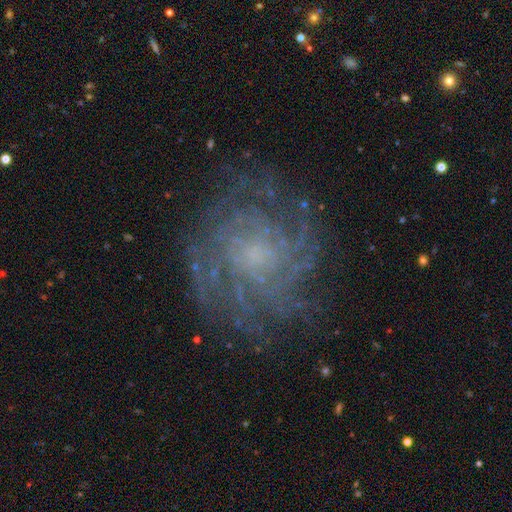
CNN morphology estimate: The model was most divided on "spiral arm count": can't tell: 39%, more than 4: 18%, 4: 16%, 3: 11%, 2: 9%, 1: 7%. More confident: edge-on disk — no (97%); spiral arms — yes (93%); smooth or featured — featured or disk (80%); merging — none (77%); bar — no (74%); spiral winding — tight (65%); bulge size — small (58%).